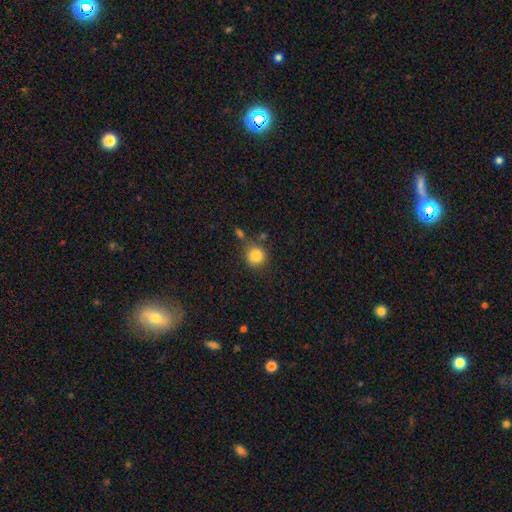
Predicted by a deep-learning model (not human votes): Smooth or featured?
  - smooth: 84% *
  - star or artifact: 10%
  - featured or disk: 6%
How rounded?
  - round: 92% *
  - in between: 7%
  - cigar-shaped: 1%
Merging?
  - none: 69% *
  - merger: 13%
  - minor disturbance: 13%
  - major disturbance: 5%